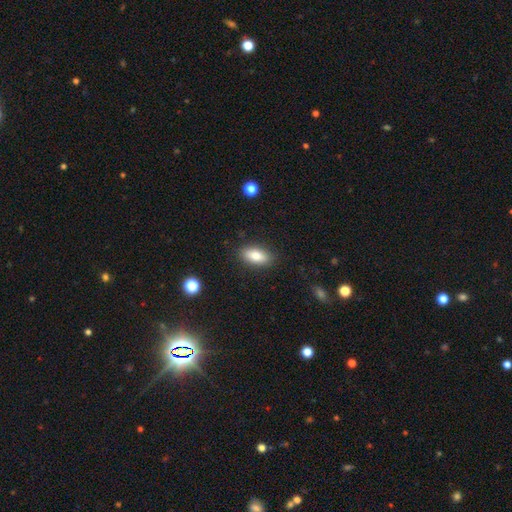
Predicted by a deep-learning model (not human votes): Overall: smooth (82%). How rounded: in between (85%). Merging: none (87%).